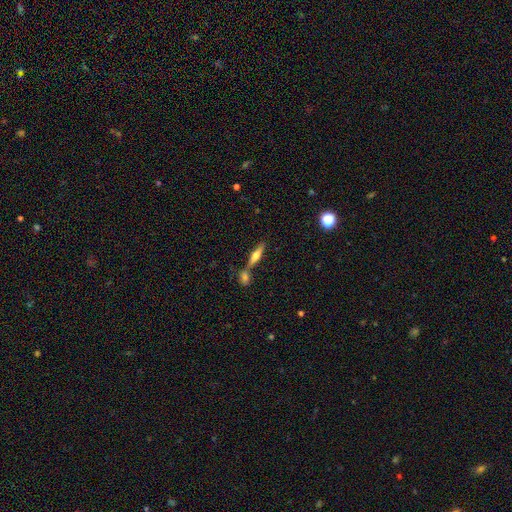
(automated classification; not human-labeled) The model was most divided on "smooth or featured": featured or disk: 53%, smooth: 40%, star or artifact: 7%. More confident: edge-on disk — yes (94%); edge-on bulge — rounded (89%); merging — none (63%).